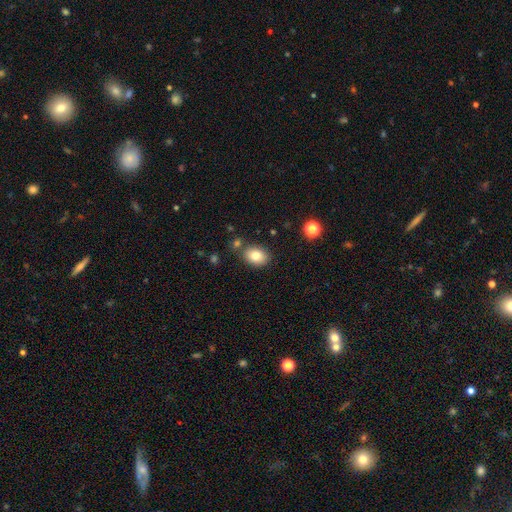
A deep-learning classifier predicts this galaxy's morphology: smooth_or_featured: smooth (p=0.82) [alt: featured or disk p=0.09]
how_rounded: in between (p=0.70) [alt: round p=0.29]
merging: none (p=0.79) [alt: minor disturbance p=0.11]